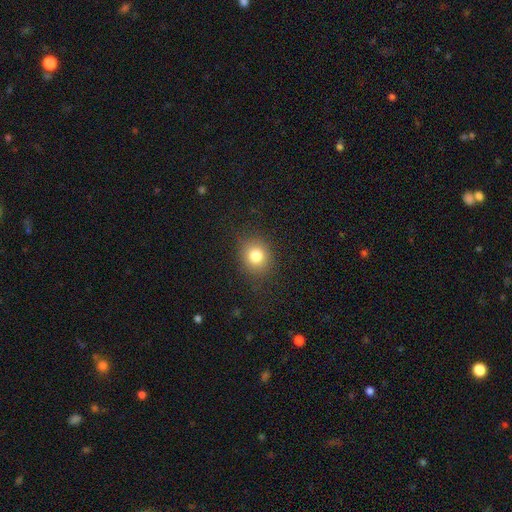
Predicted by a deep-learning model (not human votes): This is clearly a smooth galaxy (80%). How rounded: likely round (74%). Merging: clearly none (85%).